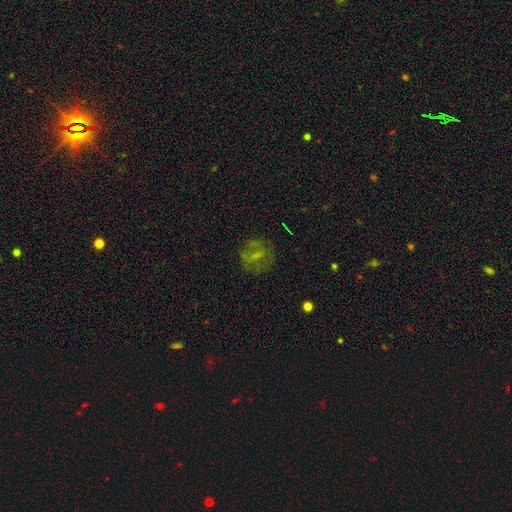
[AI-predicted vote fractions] Smooth or featured?
  - smooth: 41% *
  - featured or disk: 40%
  - star or artifact: 19%
Merging?
  - none: 69% *
  - minor disturbance: 16%
  - major disturbance: 13%
  - merger: 2%